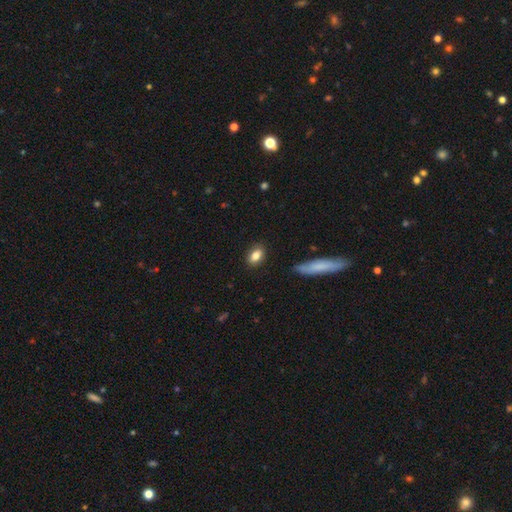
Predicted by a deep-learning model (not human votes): This is clearly a smooth galaxy (83%). How rounded: clearly in between (85%). Merging: clearly none (85%).